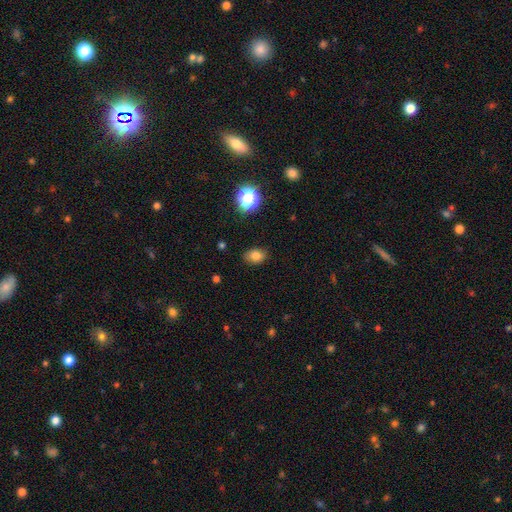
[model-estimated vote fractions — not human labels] Morphology: type=smooth (79%); roundness=in between (70%); merging=none (81%).